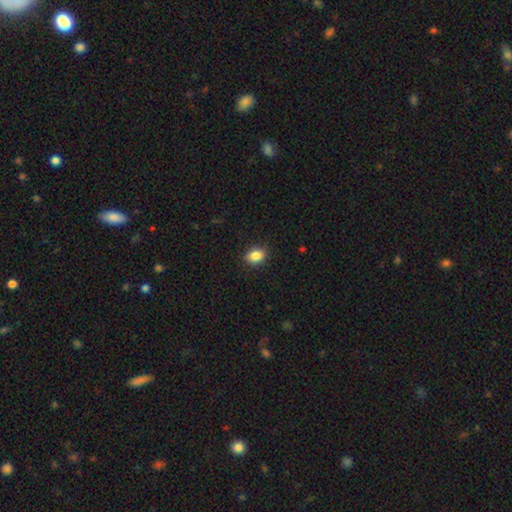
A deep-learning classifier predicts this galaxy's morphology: Smooth or featured? smooth (87%)
How rounded? in between (71%)
Merging? none (88%)